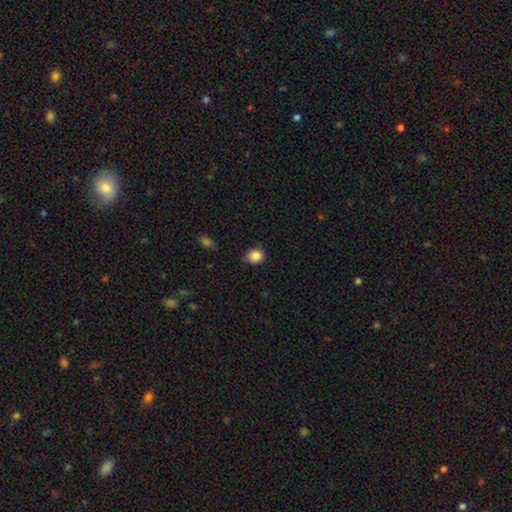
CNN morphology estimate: A smooth galaxy with no disk features (85%) that is round (75%).

Vote fractions:
- Smooth or featured? smooth: 85% / star or artifact: 10% / featured or disk: 5%
- How rounded? round: 75% / in between: 24% / cigar-shaped: 1%
- Merging? none: 71% / minor disturbance: 24% / major disturbance: 3% / merger: 2%